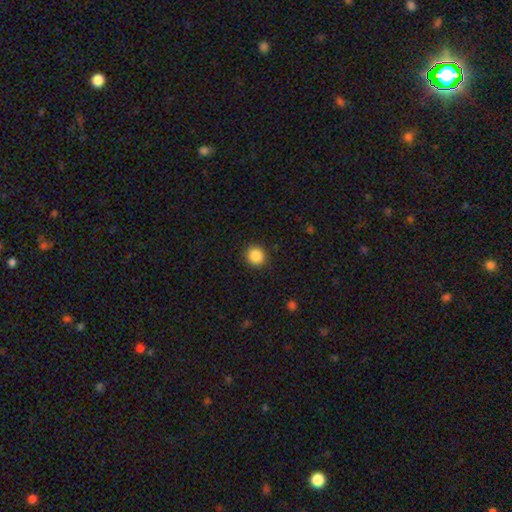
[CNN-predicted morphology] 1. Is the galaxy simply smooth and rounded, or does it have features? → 87% smooth, 9% star or artifact, 3% featured or disk.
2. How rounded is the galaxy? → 89% round, 10% in between, 1% cigar-shaped.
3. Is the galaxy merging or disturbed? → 91% none, 6% minor disturbance, 2% major disturbance, 1% merger.